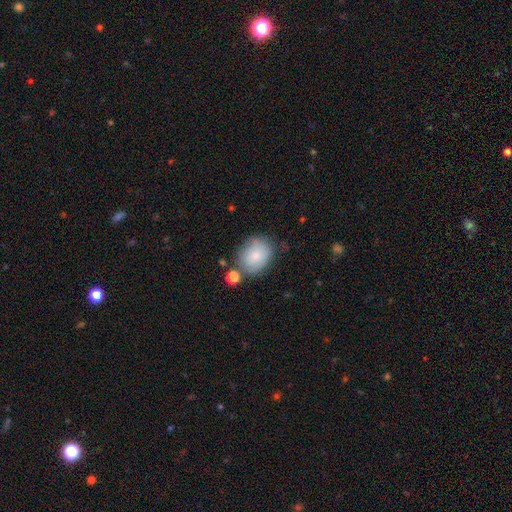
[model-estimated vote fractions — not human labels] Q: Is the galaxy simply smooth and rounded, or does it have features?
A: smooth — 76%.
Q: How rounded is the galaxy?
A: round — 49%, tied with in between.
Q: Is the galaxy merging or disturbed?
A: none — 61%.